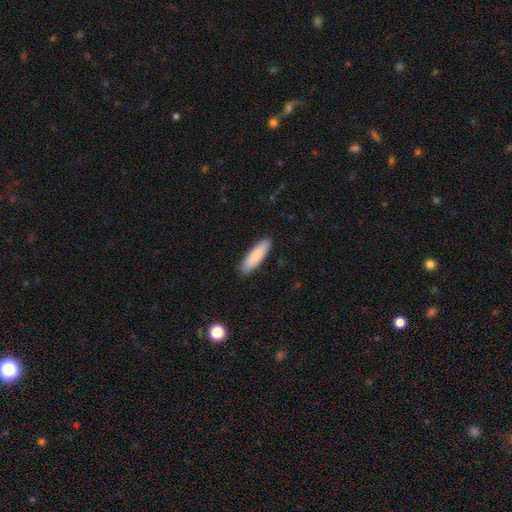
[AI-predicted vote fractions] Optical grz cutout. It shows a smooth galaxy with no disk features (84%) that is cigar-shaped (60%). Merging: none (89%).